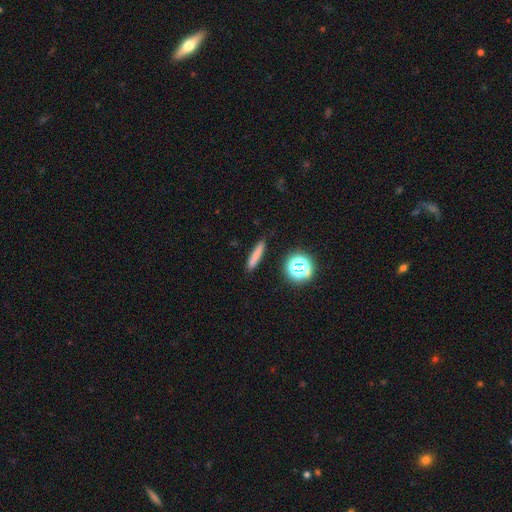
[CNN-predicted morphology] The model was most divided on "smooth or featured": smooth: 74%, star or artifact: 14%, featured or disk: 12%. More confident: how rounded — cigar-shaped (88%); merging — none (88%).